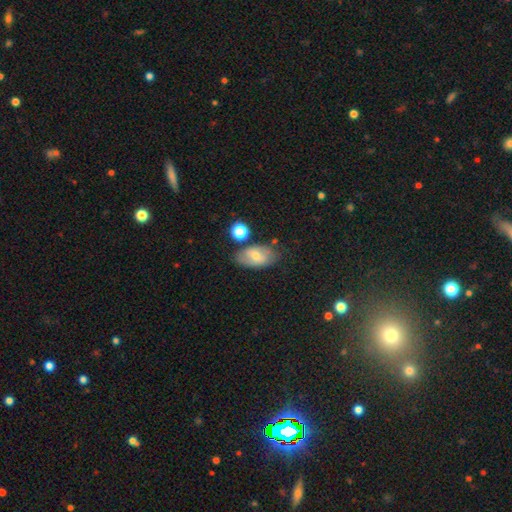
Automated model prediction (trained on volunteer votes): Smooth or featured? Predicted: smooth (p=0.59). How rounded? Predicted: in between (p=0.89). Merging? Predicted: none (p=0.66).